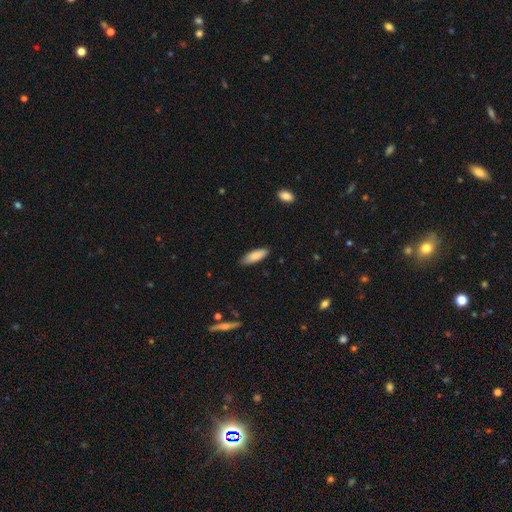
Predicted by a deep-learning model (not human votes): Smooth or featured? Predicted: smooth (p=0.85). How rounded? Predicted: in between (p=0.59). Merging? Predicted: none (p=0.85).